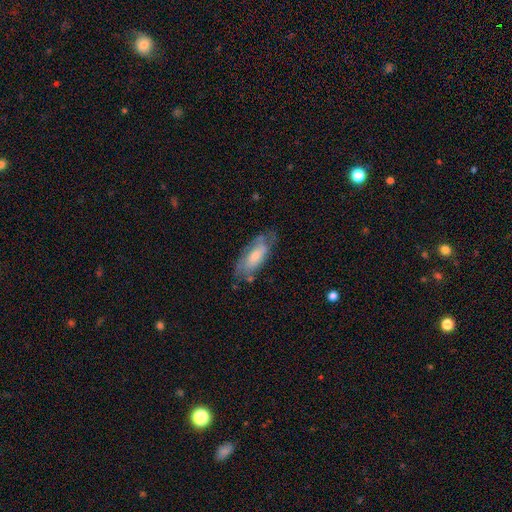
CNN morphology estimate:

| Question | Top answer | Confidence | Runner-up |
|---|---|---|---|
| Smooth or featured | smooth | 55% | featured or disk (39%) |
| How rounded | in between | 78% | cigar-shaped (20%) |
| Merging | none | 60% | minor disturbance (26%) |